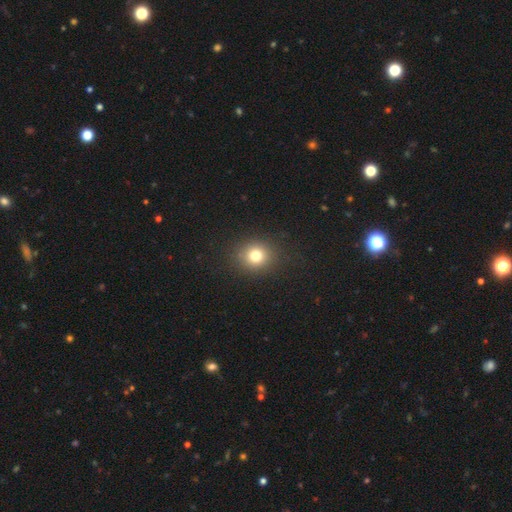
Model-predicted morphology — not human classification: The model was most divided on "smooth or featured": smooth: 77%, star or artifact: 14%, featured or disk: 8%. More confident: merging — none (88%); how rounded — round (83%).